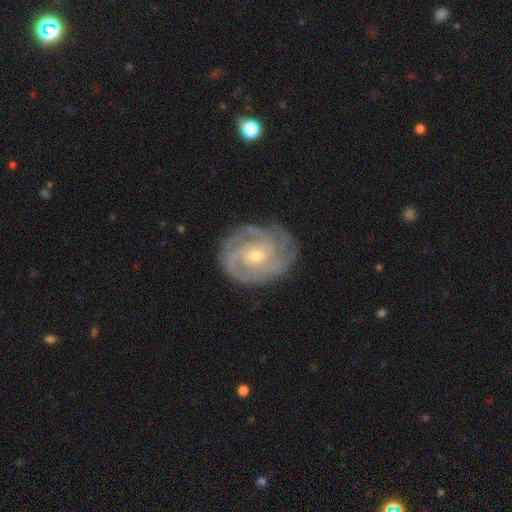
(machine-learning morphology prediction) This is clearly a featured or disk galaxy (88%). It is clearly not viewed edge-on (97%). Bar: likely no (66%). Spiral arm pattern: clearly yes (97%). Spiral arm count: marginally 3 (27%). Spiral winding: likely tight (71%). Central bulge: likely small (65%). Merging: likely none (79%).